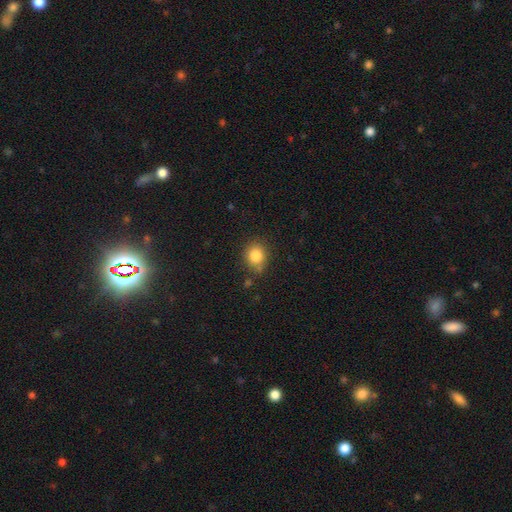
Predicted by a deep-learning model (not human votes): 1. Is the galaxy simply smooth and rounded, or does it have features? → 84% smooth, 10% star or artifact, 6% featured or disk.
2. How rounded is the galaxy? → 73% round, 26% in between, 1% cigar-shaped.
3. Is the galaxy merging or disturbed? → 76% none, 15% minor disturbance, 5% merger, 4% major disturbance.